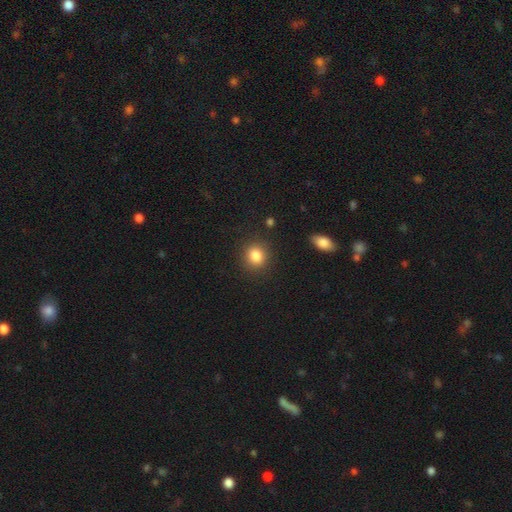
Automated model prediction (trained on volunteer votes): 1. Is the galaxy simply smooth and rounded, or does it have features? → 85% smooth, 10% star or artifact, 5% featured or disk.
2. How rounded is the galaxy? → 79% round, 20% in between, 1% cigar-shaped.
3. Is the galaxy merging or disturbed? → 88% none, 8% minor disturbance, 3% major disturbance, 2% merger.